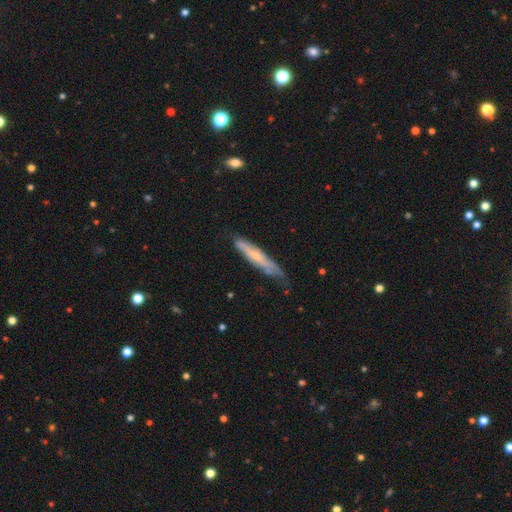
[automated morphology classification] Smooth or featured? Predicted: smooth (p=0.47, tied with featured or disk). Merging? Predicted: none (p=0.58).